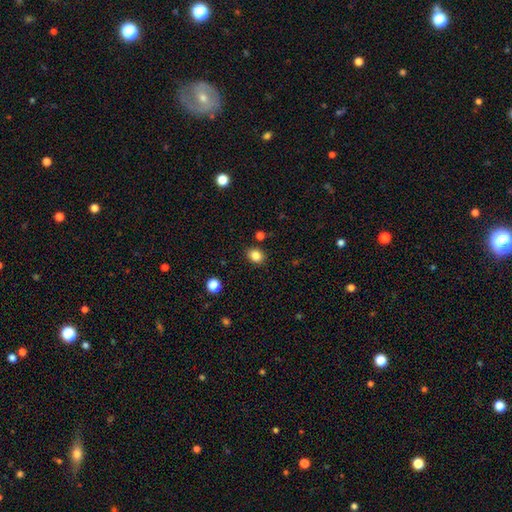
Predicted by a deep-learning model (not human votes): Q: Smooth or featured?
A: smooth (84%); runner-up: star or artifact (10%)
Q: How rounded?
A: in between (52%); runner-up: round (47%)
Q: Merging?
A: none (86%); runner-up: minor disturbance (9%)